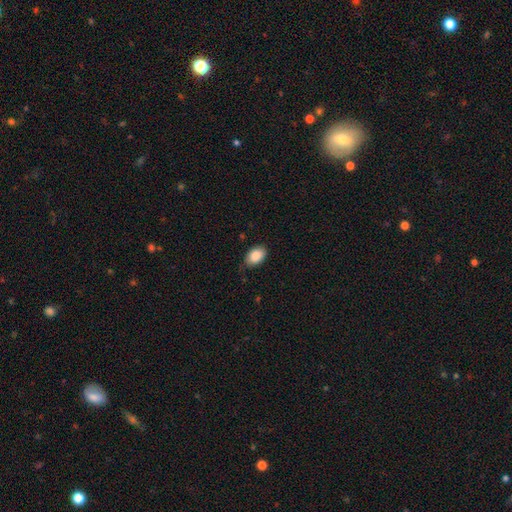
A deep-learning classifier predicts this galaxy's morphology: A smooth galaxy with no disk features (88%) that is in between round and cigar-shaped (88%). Merging: none (75%).